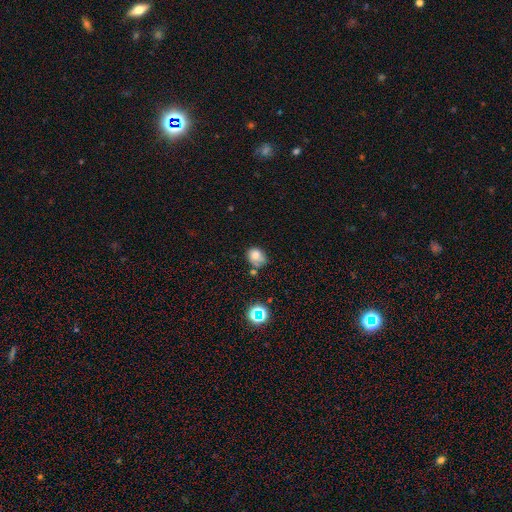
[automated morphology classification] A smooth galaxy with no disk features (72%) that is round (55%).

Vote fractions:
- Smooth or featured? smooth: 72% / featured or disk: 14% / star or artifact: 14%
- How rounded? round: 55% / in between: 44% / cigar-shaped: 1%
- Merging? none: 46% / minor disturbance: 29% / merger: 15% / major disturbance: 11%